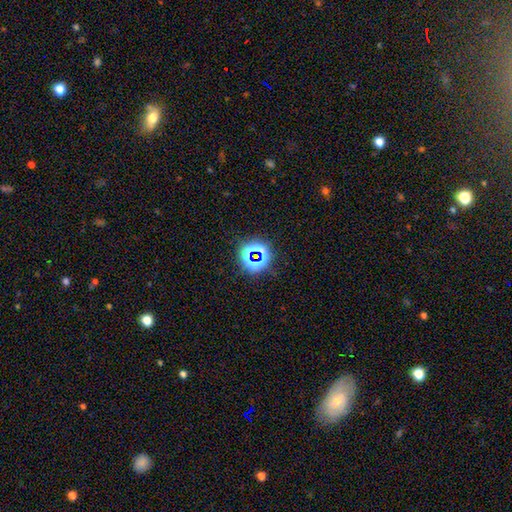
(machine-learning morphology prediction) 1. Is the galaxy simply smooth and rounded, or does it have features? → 70% star or artifact, 21% smooth, 9% featured or disk.